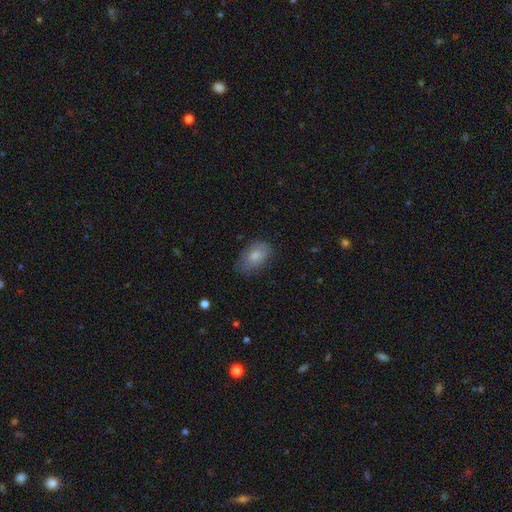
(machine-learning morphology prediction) Overall: smooth (75%). How rounded: in between (89%). Merging: none (67%).